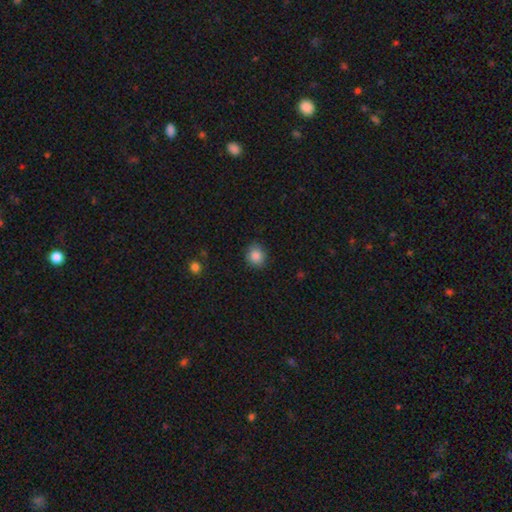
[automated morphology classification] smooth_or_featured: smooth (p=0.86) [alt: star or artifact p=0.10]
how_rounded: round (p=0.83) [alt: in between p=0.16]
merging: none (p=0.87) [alt: minor disturbance p=0.10]